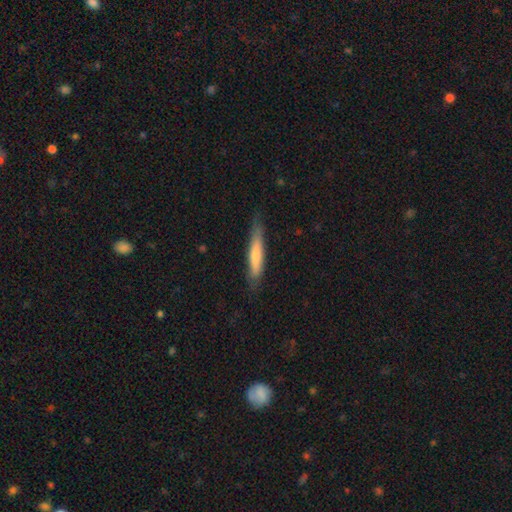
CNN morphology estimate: A smooth galaxy with no disk features (68%) that is cigar-shaped (90%). Merging: none (75%).